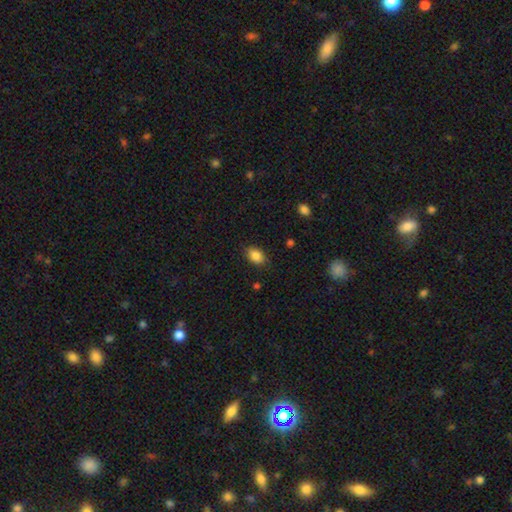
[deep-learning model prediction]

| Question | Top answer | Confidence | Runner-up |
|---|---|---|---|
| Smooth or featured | smooth | 87% | star or artifact (8%) |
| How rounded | in between | 84% | round (14%) |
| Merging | none | 82% | minor disturbance (13%) |